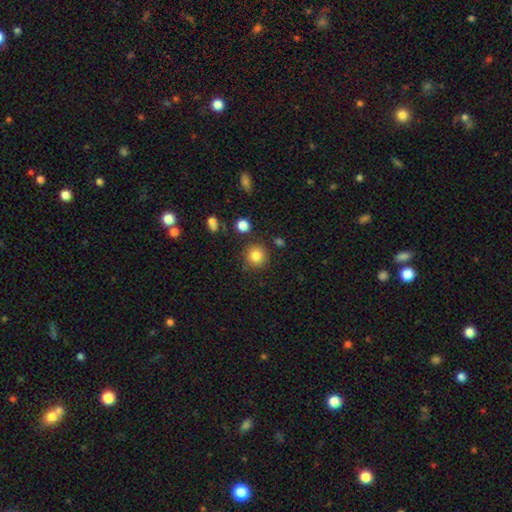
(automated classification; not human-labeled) Morphology: type=smooth (83%); roundness=round (92%); merging=none (84%).